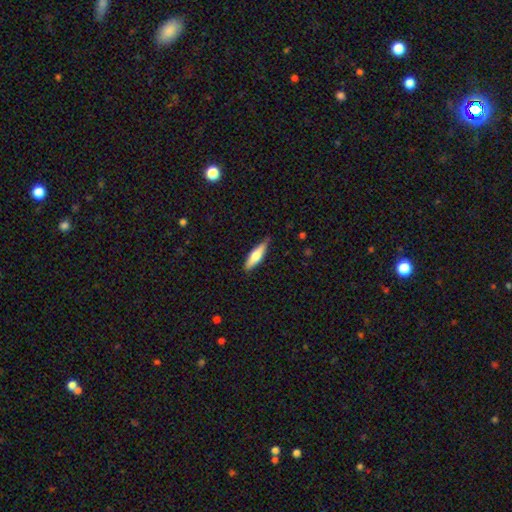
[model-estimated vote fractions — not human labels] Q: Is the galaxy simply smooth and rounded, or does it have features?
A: smooth — 65%.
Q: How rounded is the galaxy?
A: cigar-shaped — 63%.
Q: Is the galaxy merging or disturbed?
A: none — 82%.